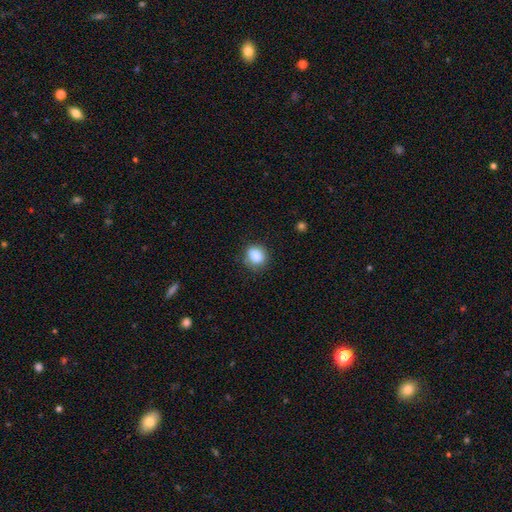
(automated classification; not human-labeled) Morphology: type=smooth (84%); roundness=round (69%); merging=none (79%).